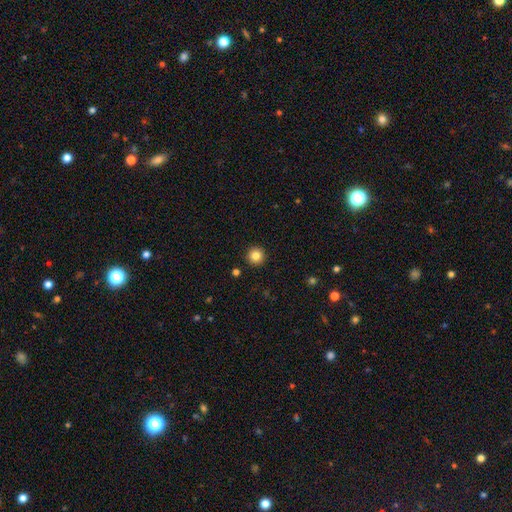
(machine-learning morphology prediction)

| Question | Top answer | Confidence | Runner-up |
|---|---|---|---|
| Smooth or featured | smooth | 83% | star or artifact (11%) |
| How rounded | round | 96% | in between (3%) |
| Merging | none | 93% | minor disturbance (4%) |